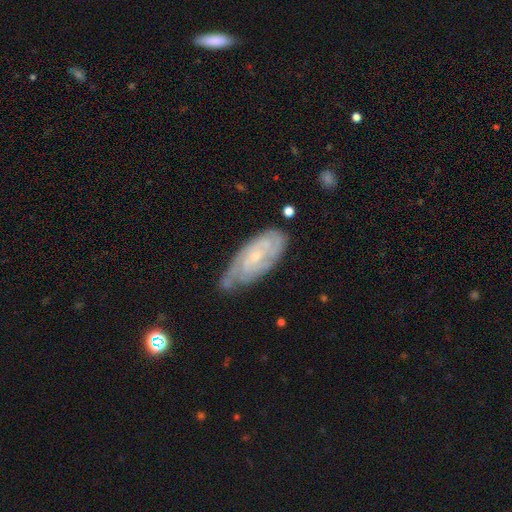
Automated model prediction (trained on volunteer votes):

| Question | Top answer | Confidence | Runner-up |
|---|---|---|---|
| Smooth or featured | featured or disk | 76% | smooth (17%) |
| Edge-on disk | no | 92% | yes (8%) |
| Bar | no | 61% | weak (33%) |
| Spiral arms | yes | 92% | no (8%) |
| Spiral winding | tight | 66% | medium (27%) |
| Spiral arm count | can't tell | 42% | 2 (30%) |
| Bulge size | small | 73% | moderate (20%) |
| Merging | none | 60% | minor disturbance (29%) |